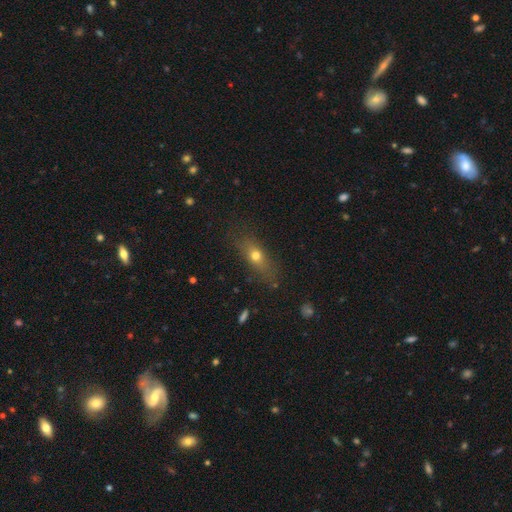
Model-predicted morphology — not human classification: Smooth or featured? Predicted: smooth (p=0.65). How rounded? Predicted: in between (p=0.53). Merging? Predicted: none (p=0.75).